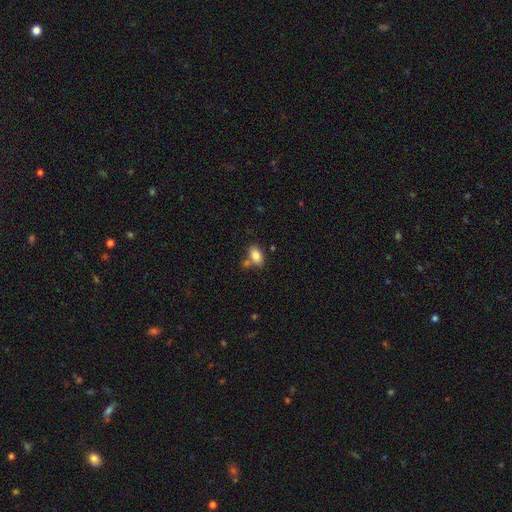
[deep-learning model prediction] Overall: smooth (83%). How rounded: in between (89%). Merging: none (65%).